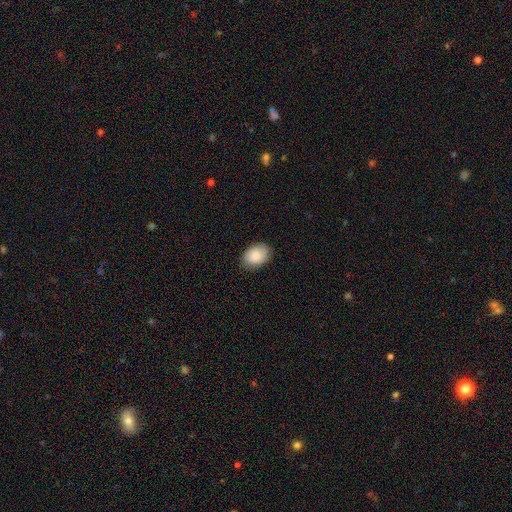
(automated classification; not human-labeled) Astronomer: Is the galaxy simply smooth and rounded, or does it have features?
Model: smooth — 82%.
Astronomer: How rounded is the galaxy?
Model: in between — 80%.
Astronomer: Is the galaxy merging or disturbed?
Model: none — 80%.